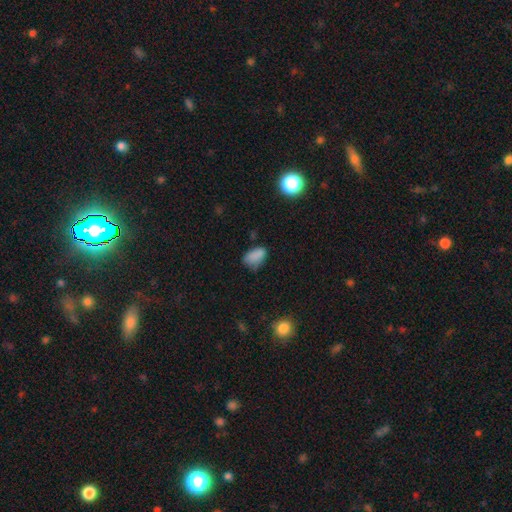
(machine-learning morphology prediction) This appears to be a smooth galaxy with no disk features (81%) that is in between round and cigar-shaped (89%). Merging: none (52%).